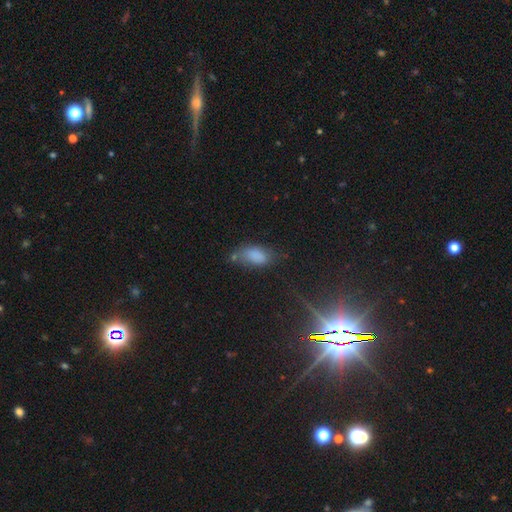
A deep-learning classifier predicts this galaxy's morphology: Overall: smooth (78%). How rounded: in between (90%). Merging: none (47%; minor disturbance 32%).